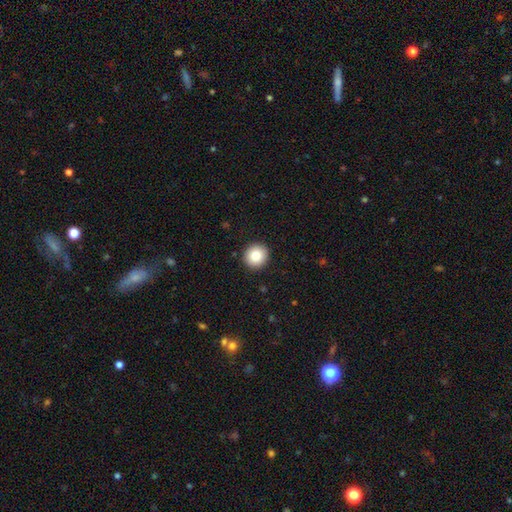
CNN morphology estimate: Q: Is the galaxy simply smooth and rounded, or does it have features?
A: smooth — 85%.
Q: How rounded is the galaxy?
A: round — 93%.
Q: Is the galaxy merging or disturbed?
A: none — 92%.